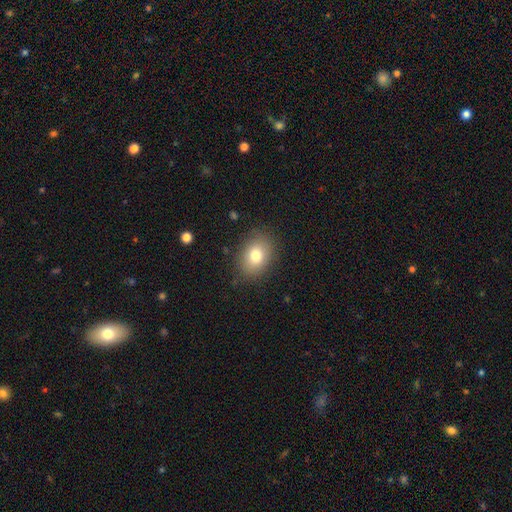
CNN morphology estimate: This appears to be a smooth galaxy with no disk features (78%) that is in between round and cigar-shaped (68%). Merging: none (84%).